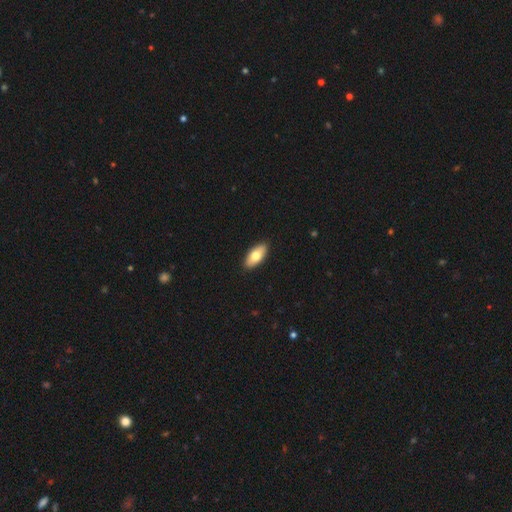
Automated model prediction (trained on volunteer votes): Smooth or featured? Predicted: smooth (p=0.73). How rounded? Predicted: in between (p=0.89). Merging? Predicted: none (p=0.90).